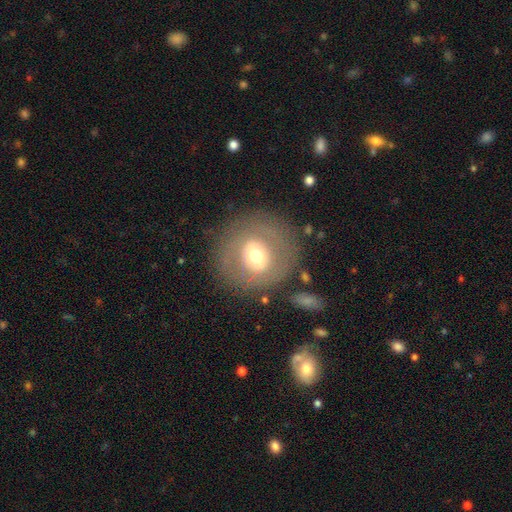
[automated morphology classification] A smooth galaxy with no disk features (49%). Merging: none (80%).